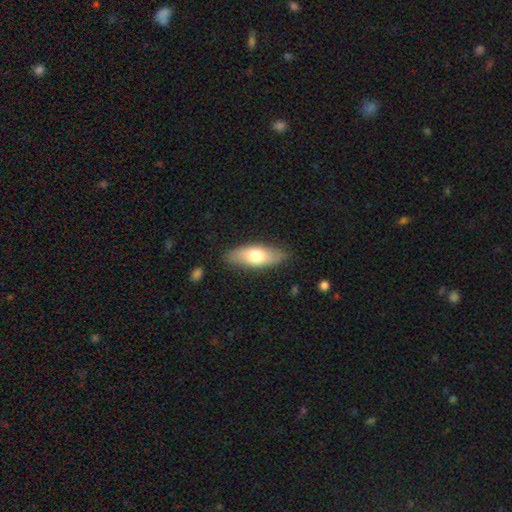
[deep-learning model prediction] This is likely a smooth galaxy (68%). How rounded: likely in between (75%). Merging: clearly none (83%).